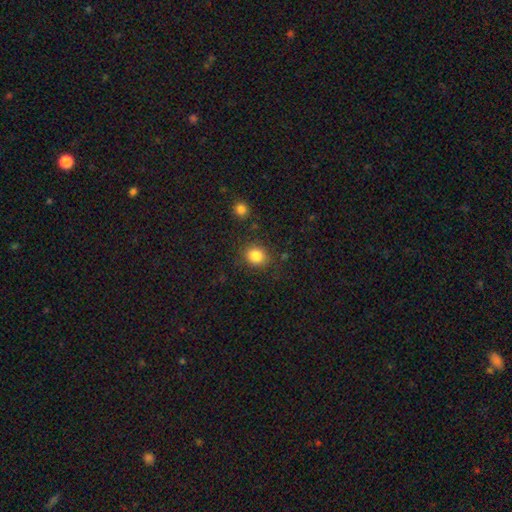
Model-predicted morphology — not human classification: The model was most divided on "how rounded": round: 75%, in between: 24%, cigar-shaped: 1%. More confident: smooth or featured — smooth (84%); merging — none (84%).